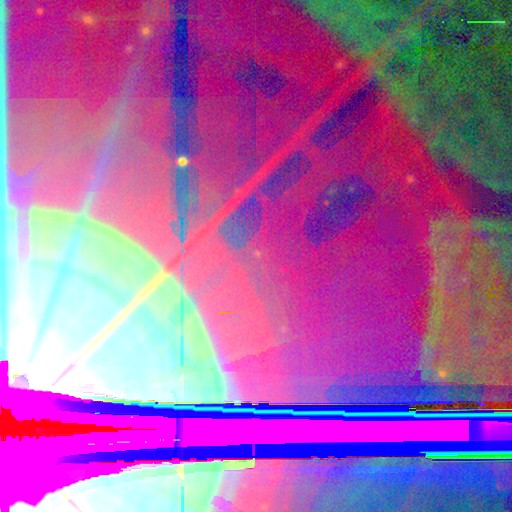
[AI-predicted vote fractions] A star or artifact, not a galaxy (82%).

Vote fractions:
- Smooth or featured? star or artifact: 82% / featured or disk: 11% / smooth: 7%